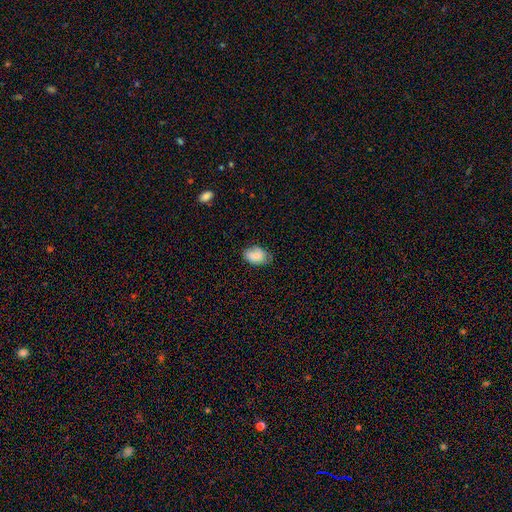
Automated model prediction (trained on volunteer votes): smooth 82%, featured or disk 11%, star or artifact 8%. Down the decision tree: how rounded — in between (84%); merging — none (59%).